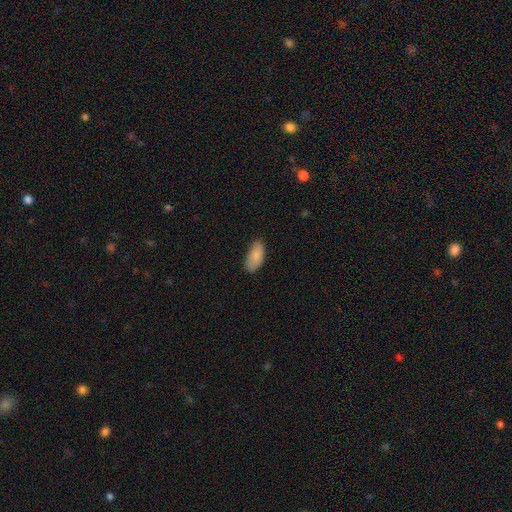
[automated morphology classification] This is clearly a smooth galaxy (86%). How rounded: clearly in between (91%). Merging: likely none (71%).